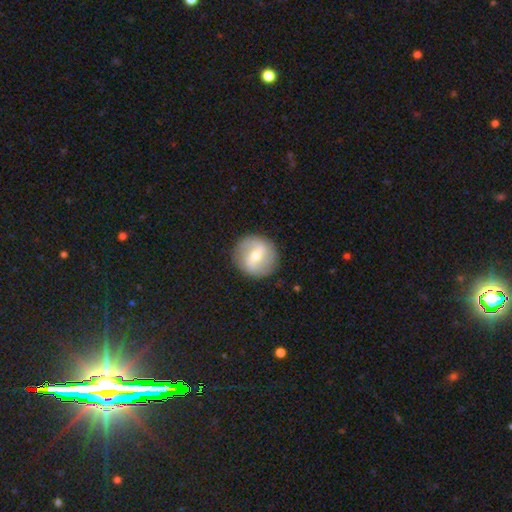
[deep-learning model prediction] This appears to be a featured or disk galaxy (50%). Merging: none (88%).